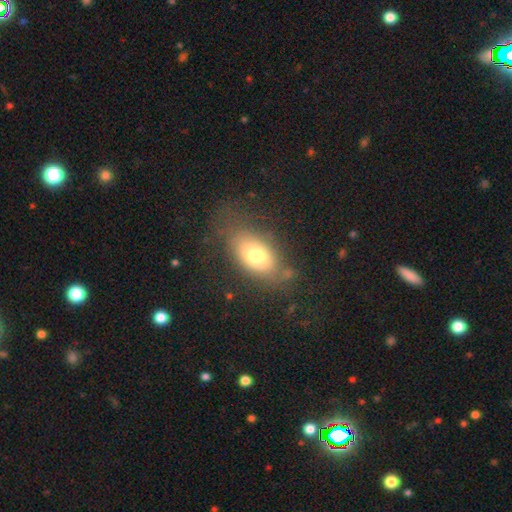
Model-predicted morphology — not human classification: smooth-or-featured: smooth: 68% | featured or disk: 22% | star or artifact: 10%
  how-rounded: in between: 86% | round: 11% | cigar-shaped: 3%
  merging: none: 64% | minor disturbance: 21% | major disturbance: 12% | merger: 3%